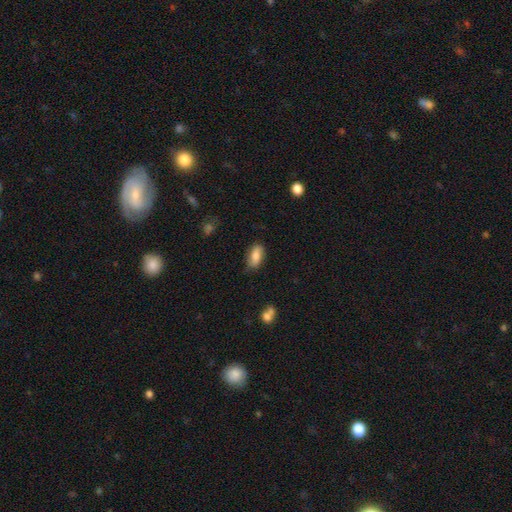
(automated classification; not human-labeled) A smooth galaxy with no disk features (80%) that is in between round and cigar-shaped (89%). Merging: none (77%).